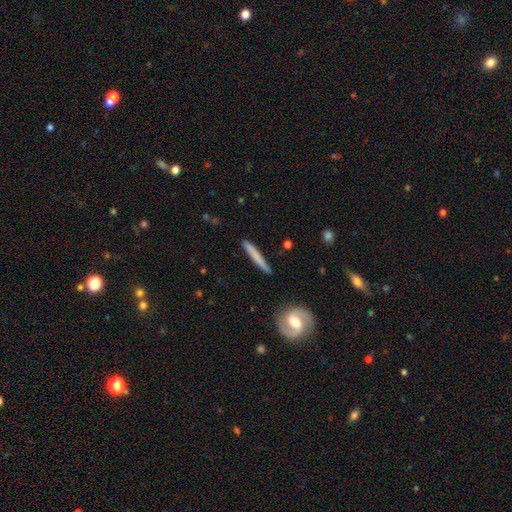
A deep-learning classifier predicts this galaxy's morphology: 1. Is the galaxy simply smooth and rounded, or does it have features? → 63% smooth, 32% featured or disk, 6% star or artifact.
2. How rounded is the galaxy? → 96% cigar-shaped, 3% in between, 2% round.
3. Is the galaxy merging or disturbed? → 89% none, 8% minor disturbance, 2% major disturbance, 2% merger.